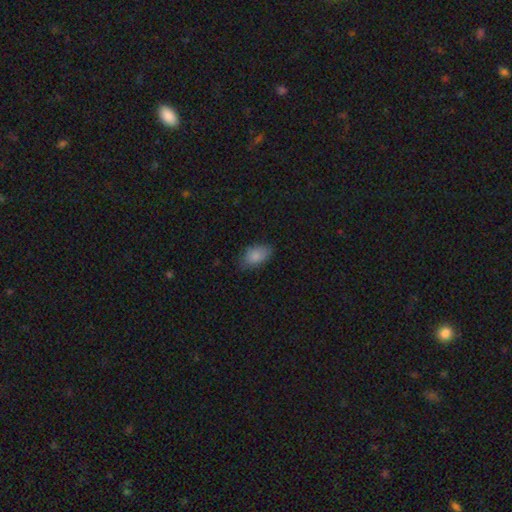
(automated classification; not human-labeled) This appears to be a smooth galaxy with no disk features (85%) that is in between round and cigar-shaped (92%). Merging: none (72%).